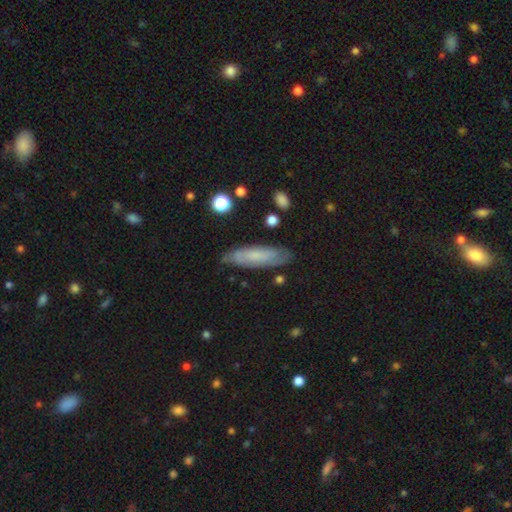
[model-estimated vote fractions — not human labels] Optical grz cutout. It shows a smooth galaxy with no disk features (51%) that is cigar-shaped (58%). Merging: none (79%).